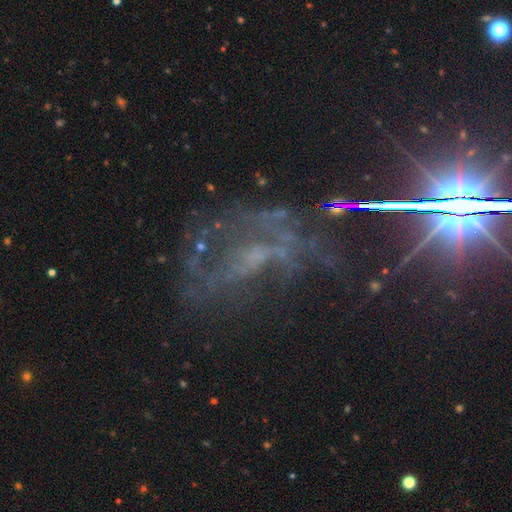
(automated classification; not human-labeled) The model was most divided on "spiral arms" (2-way tie): yes: 50%, no: 50%. Remaining: edge-on disk — no (93%); bar — no (64%); smooth or featured — featured or disk (55%); bulge size — none (52%); merging — none (42%).